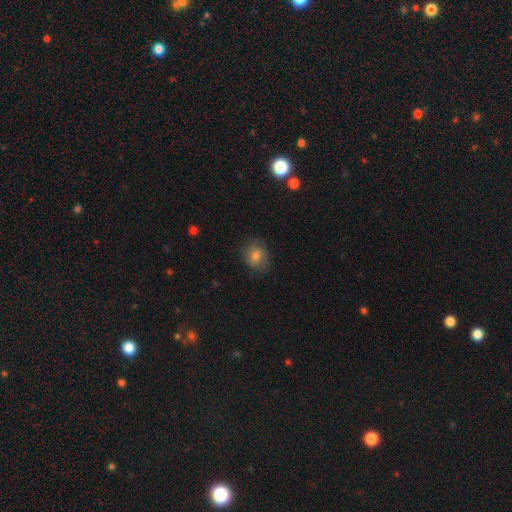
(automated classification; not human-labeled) The model was most divided on "how rounded": round: 55%, in between: 44%, cigar-shaped: 1%. More confident: merging — none (78%); smooth or featured — smooth (75%).